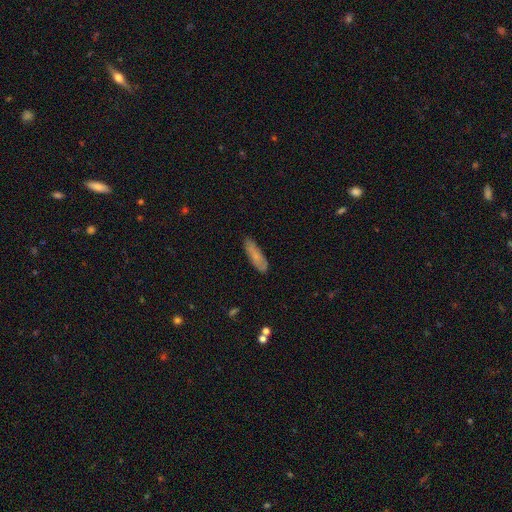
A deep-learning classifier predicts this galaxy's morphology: A smooth galaxy with no disk features (67%) that is cigar-shaped (60%). Merging: none (80%).